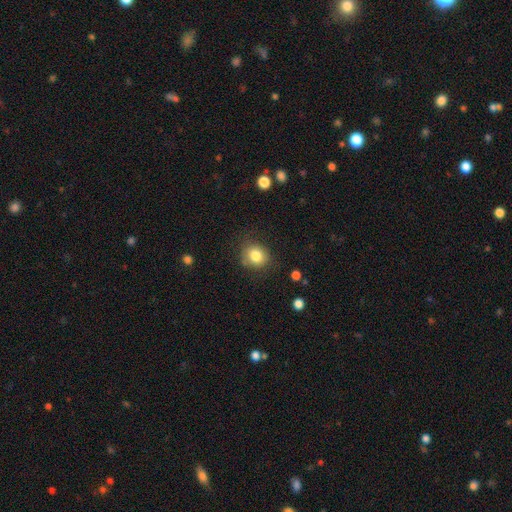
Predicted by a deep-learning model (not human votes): Smooth or featured? smooth (82%)
How rounded? round (72%)
Merging? none (77%)